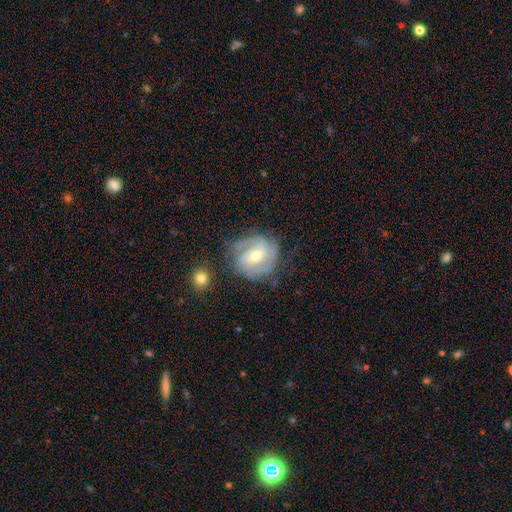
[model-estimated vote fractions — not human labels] This is likely a featured or disk galaxy (77%). It is clearly not viewed edge-on (97%). Bar: marginally weak (45%). Spiral arm pattern: clearly yes (90%). Spiral arm count: marginally 2 (45%). Spiral winding: possibly tight (52%). Central bulge: likely moderate (61%). Merging: likely none (65%).